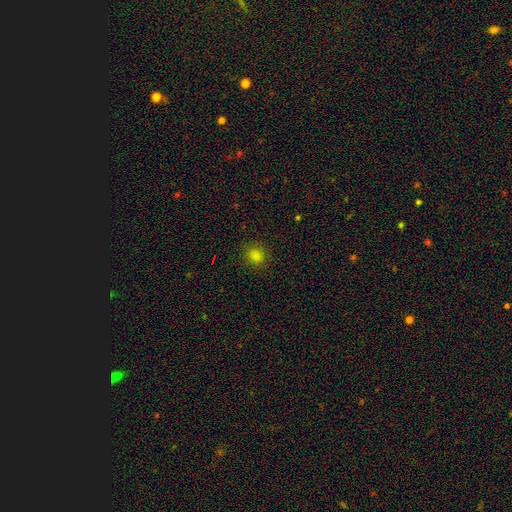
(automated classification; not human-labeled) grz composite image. It shows a smooth galaxy with no disk features (81%) that is round (69%). Merging: none (85%).